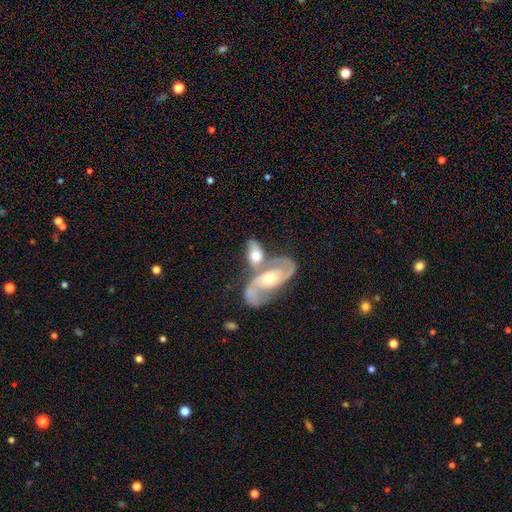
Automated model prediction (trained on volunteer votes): Morphology: type=featured or disk (61%); edge-on=no (91%); bar=no (60%); spiral arms=yes (82%); bulge=moderate (68%); merging=merger (59%).